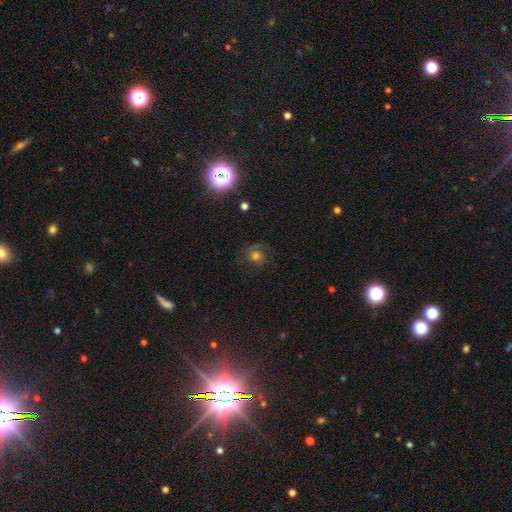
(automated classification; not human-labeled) Q: Smooth or featured?
A: featured or disk (44%); runner-up: smooth (38%)
Q: Merging?
A: none (65%); runner-up: minor disturbance (18%)